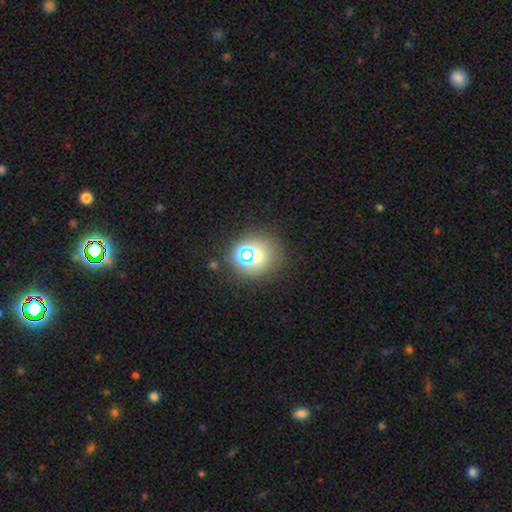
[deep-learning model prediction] The model was most divided on "smooth or featured": smooth: 52%, star or artifact: 37%, featured or disk: 11%. More confident: how rounded — round (81%); merging — none (75%).